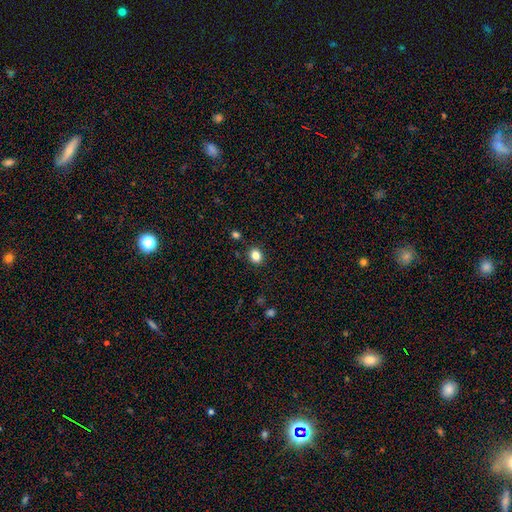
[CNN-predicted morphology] smooth_or_featured: smooth (p=0.83) [alt: star or artifact p=0.12]
how_rounded: round (p=0.64) [alt: in between p=0.35]
merging: none (p=0.89) [alt: minor disturbance p=0.07]